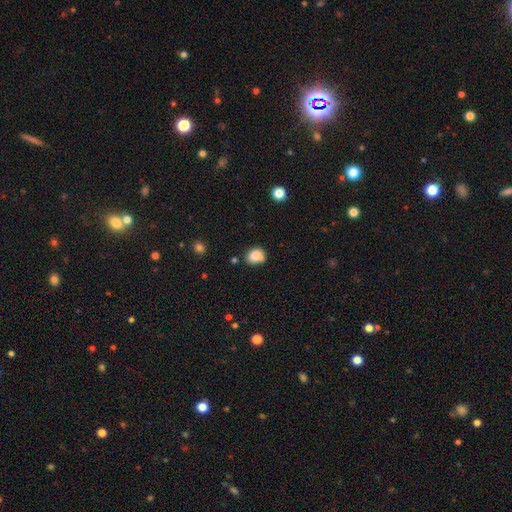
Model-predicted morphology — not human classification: Q: Smooth or featured?
A: smooth (84%); runner-up: star or artifact (10%)
Q: How rounded?
A: round (57%); runner-up: in between (42%)
Q: Merging?
A: none (60%); runner-up: minor disturbance (23%)